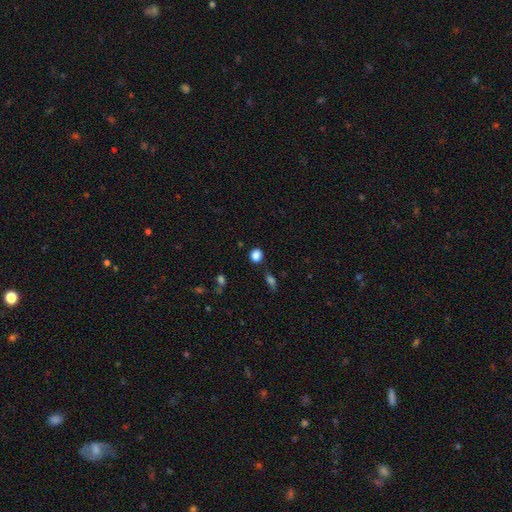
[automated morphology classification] This is clearly a smooth galaxy (85%). How rounded: likely round (74%). Merging: clearly none (81%).